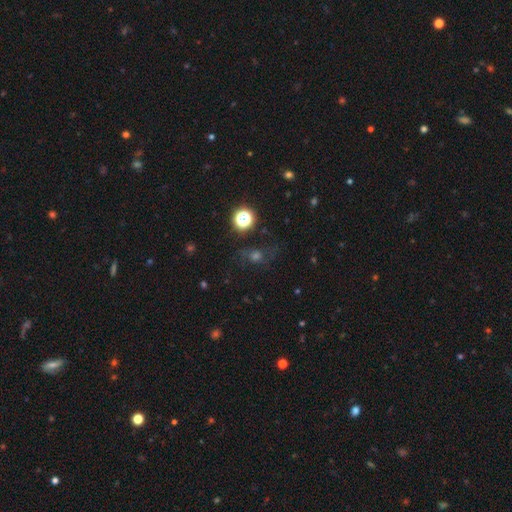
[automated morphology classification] Smooth or featured?
  - star or artifact: 39% *
  - smooth: 38%
  - featured or disk: 23%